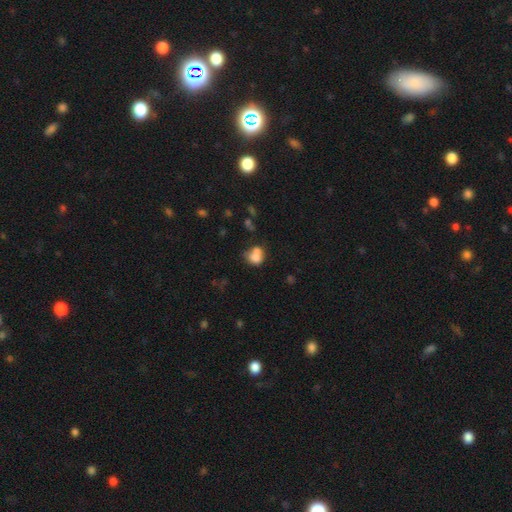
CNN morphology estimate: smooth_or_featured: smooth (p=0.74) [alt: featured or disk p=0.15]
how_rounded: round (p=0.59) [alt: in between p=0.40]
merging: merger (p=0.45) [alt: none p=0.31]